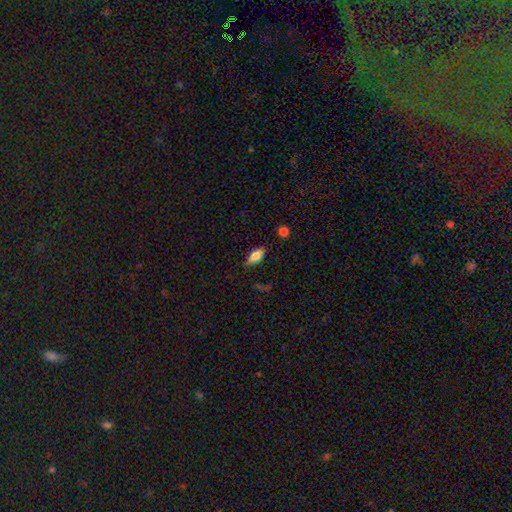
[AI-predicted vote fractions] Smooth or featured? smooth (74%)
How rounded? in between (82%)
Merging? none (80%)